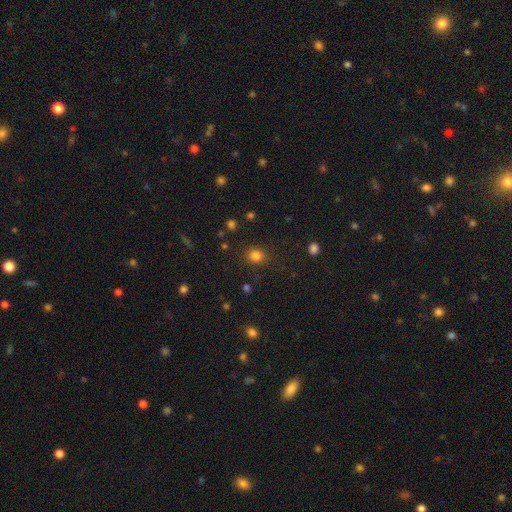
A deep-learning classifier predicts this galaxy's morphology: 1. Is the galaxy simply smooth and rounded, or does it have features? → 81% smooth, 14% star or artifact, 5% featured or disk.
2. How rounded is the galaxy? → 77% round, 23% in between, 1% cigar-shaped.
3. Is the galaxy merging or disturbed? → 86% none, 9% minor disturbance, 3% major disturbance, 2% merger.